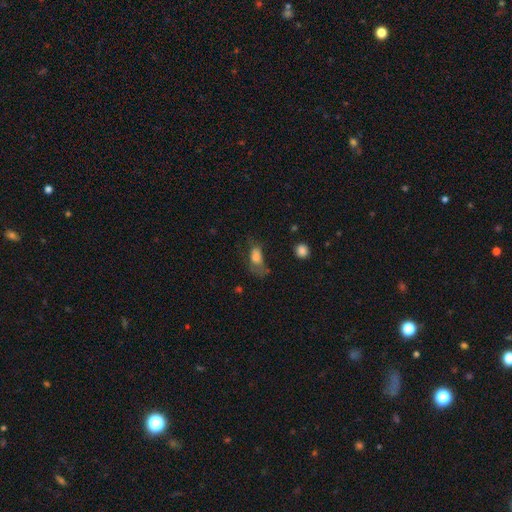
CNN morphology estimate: smooth_or_featured: smooth (p=0.70) [alt: featured or disk p=0.20]
how_rounded: in between (p=0.84) [alt: round p=0.10]
merging: major disturbance (p=0.42) [alt: none p=0.29]